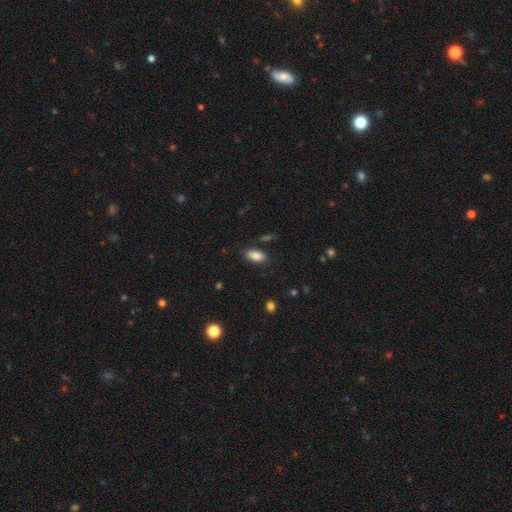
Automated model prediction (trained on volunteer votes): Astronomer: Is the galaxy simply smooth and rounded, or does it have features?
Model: smooth — 84%.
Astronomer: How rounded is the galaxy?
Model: in between — 91%.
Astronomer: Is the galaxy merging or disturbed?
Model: none — 83%.